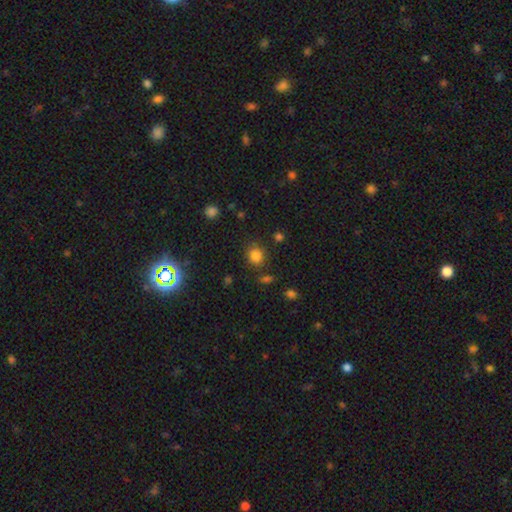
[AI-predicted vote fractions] Smooth or featured? Predicted: smooth (p=0.81). How rounded? Predicted: round (p=0.79). Merging? Predicted: none (p=0.80).